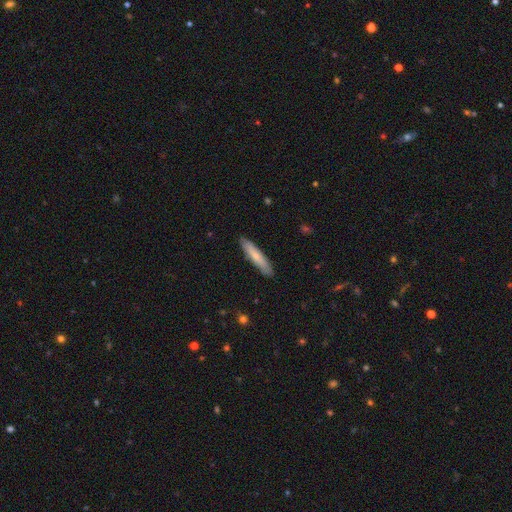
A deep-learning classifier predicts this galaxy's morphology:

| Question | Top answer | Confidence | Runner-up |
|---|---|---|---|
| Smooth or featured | smooth | 69% | featured or disk (26%) |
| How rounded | cigar-shaped | 88% | in between (10%) |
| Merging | none | 90% | minor disturbance (8%) |